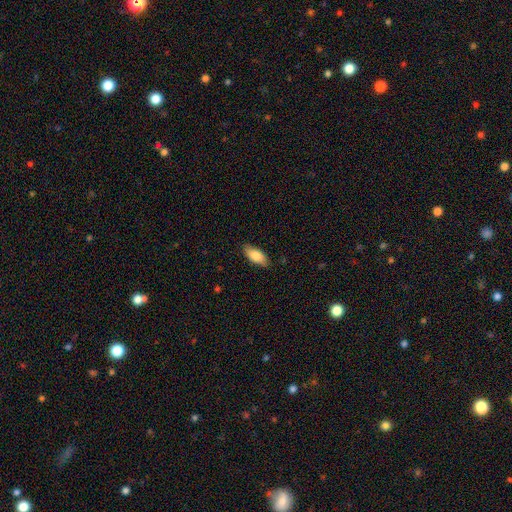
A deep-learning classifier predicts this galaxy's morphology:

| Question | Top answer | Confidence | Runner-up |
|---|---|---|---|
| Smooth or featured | smooth | 83% | featured or disk (11%) |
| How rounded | in between | 87% | cigar-shaped (11%) |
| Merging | none | 85% | minor disturbance (11%) |